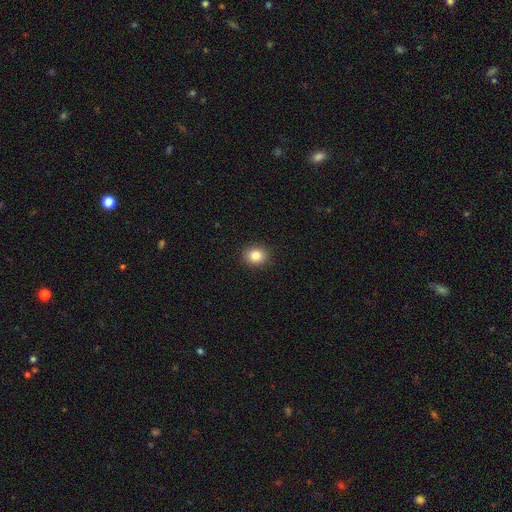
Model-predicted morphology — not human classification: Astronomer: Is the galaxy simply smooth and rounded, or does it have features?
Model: smooth — 84%.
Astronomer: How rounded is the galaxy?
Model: round — 64%.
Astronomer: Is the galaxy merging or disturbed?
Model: none — 91%.